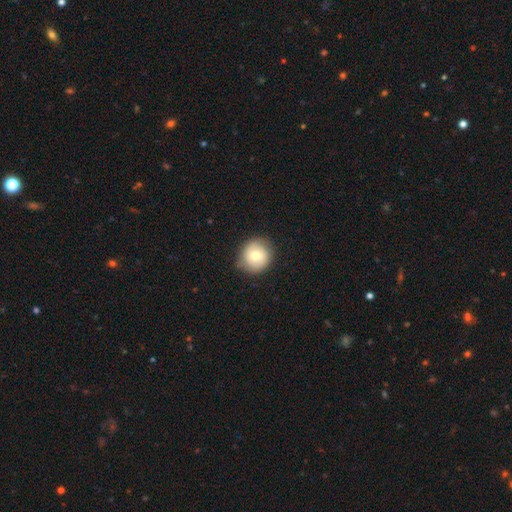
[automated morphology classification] A smooth galaxy with no disk features (69%) that is round (89%).

Vote fractions:
- Smooth or featured? smooth: 69% / featured or disk: 23% / star or artifact: 8%
- How rounded? round: 89% / in between: 10% / cigar-shaped: 1%
- Merging? none: 79% / minor disturbance: 16% / major disturbance: 3% / merger: 1%